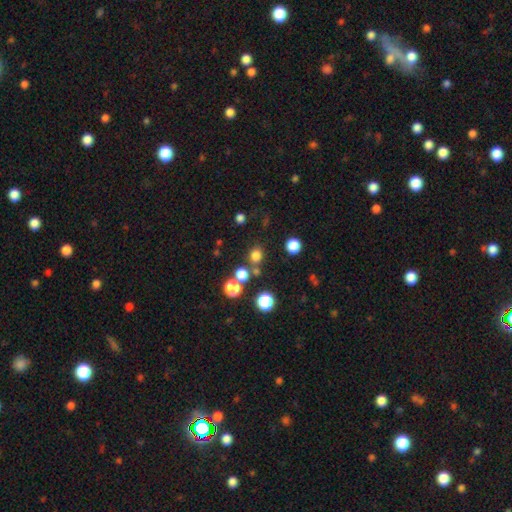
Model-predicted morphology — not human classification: This appears to be a smooth galaxy with no disk features (75%) that is round (82%). Merging: none (75%).